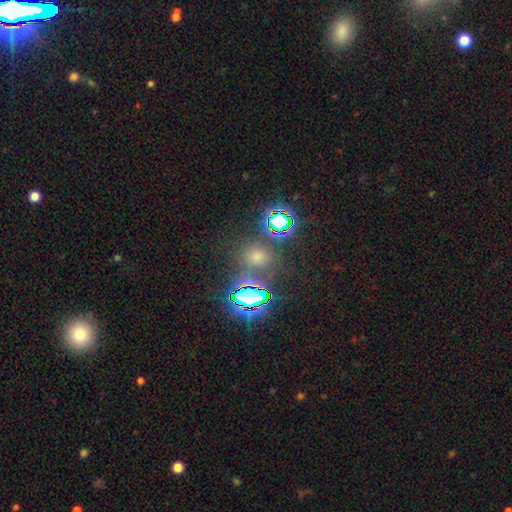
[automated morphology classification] This is possibly a star or artifact rather than a galaxy (54%).